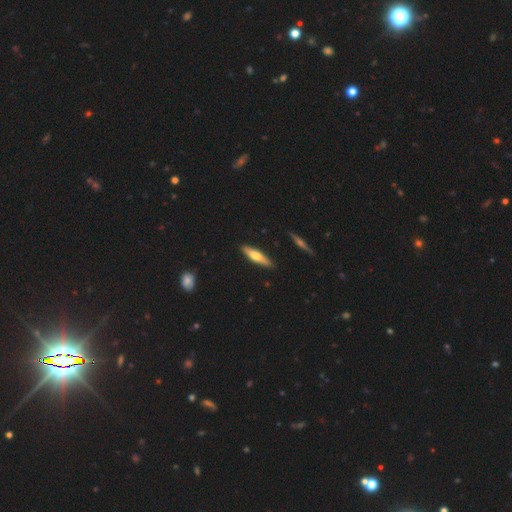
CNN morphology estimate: smooth 57%, featured or disk 38%, star or artifact 6%. Down the decision tree: how rounded — cigar-shaped (75%); merging — none (88%).